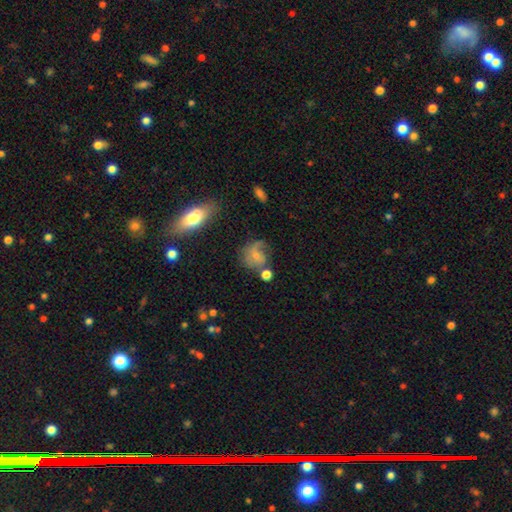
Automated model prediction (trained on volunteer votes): Smooth or featured: featured or disk — 47% (smooth — 41%)
Merging: none — 43% (minor disturbance — 24%)